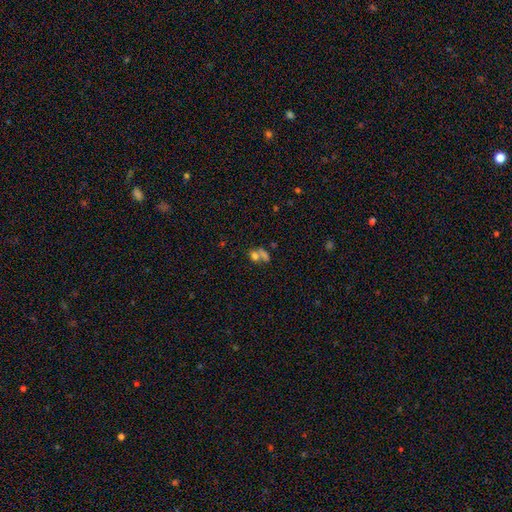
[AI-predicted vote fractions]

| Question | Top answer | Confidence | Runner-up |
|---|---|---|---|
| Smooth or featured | smooth | 65% | star or artifact (18%) |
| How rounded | in between | 53% | round (42%) |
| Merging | merger | 54% | none (28%) |